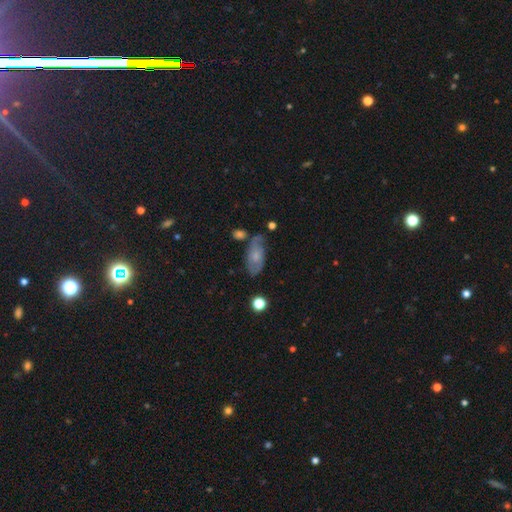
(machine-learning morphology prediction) The model was most divided on "smooth or featured": smooth: 49%, featured or disk: 42%, star or artifact: 8%. More confident: merging — none (58%).